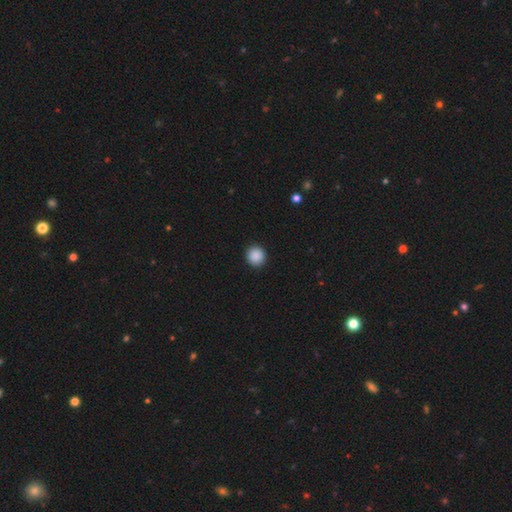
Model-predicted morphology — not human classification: type=smooth (89%); roundness=round (94%); merging=none (93%).